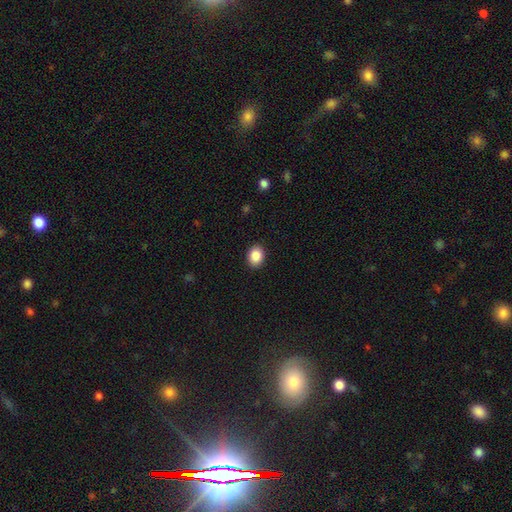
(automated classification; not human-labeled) Smooth or featured?
  - smooth: 87% *
  - star or artifact: 8%
  - featured or disk: 4%
How rounded?
  - in between: 54% *
  - round: 45%
  - cigar-shaped: 1%
Merging?
  - none: 91% *
  - minor disturbance: 7%
  - major disturbance: 2%
  - merger: 1%